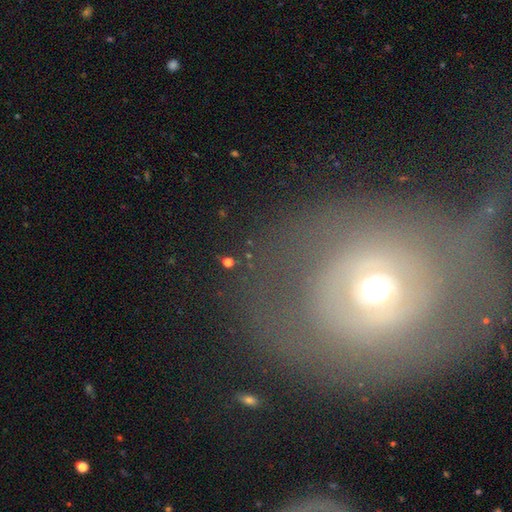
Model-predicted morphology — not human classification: A featured or disk galaxy (57%) with no bar (69%), no spiral arms (57%) and a moderate central bulge (58%). Merging: none (55%).